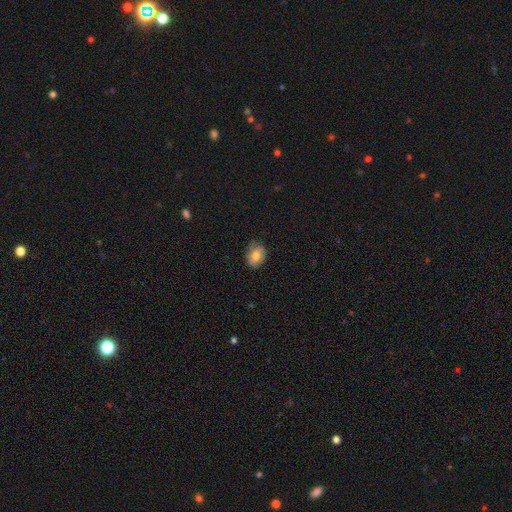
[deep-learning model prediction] A smooth galaxy with no disk features (72%) that is in between round and cigar-shaped (57%).

Vote fractions:
- Smooth or featured? smooth: 72% / featured or disk: 20% / star or artifact: 9%
- How rounded? in between: 57% / round: 42% / cigar-shaped: 1%
- Merging? none: 73% / minor disturbance: 21% / major disturbance: 4% / merger: 1%